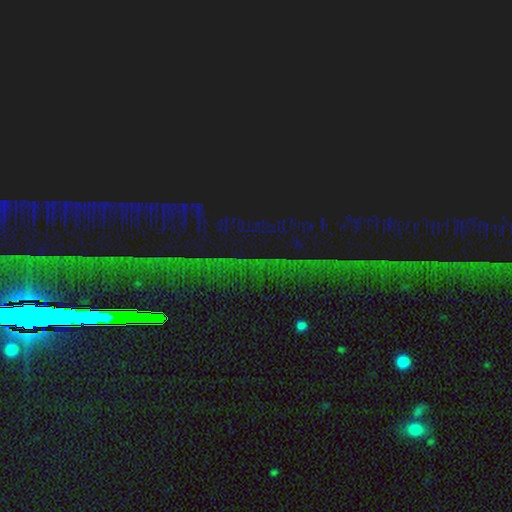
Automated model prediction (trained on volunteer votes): Smooth or featured: star or artifact — 84% (featured or disk — 9%)